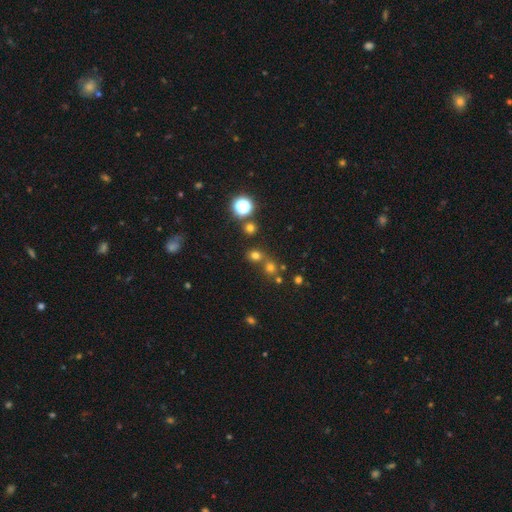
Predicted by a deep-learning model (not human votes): Smooth or featured? smooth (66%)
How rounded? round (82%)
Merging? none (63%)